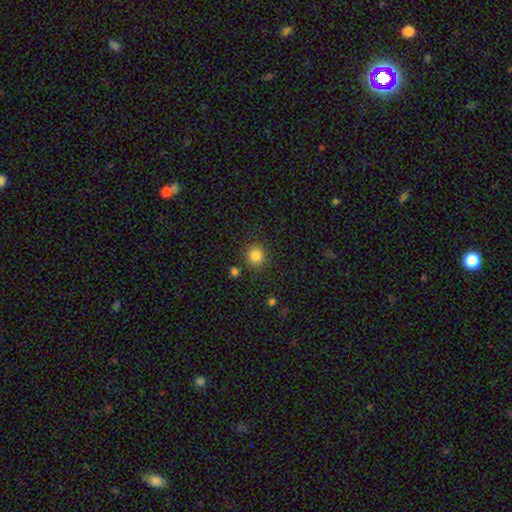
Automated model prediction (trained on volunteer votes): Smooth or featured? smooth (85%)
How rounded? round (88%)
Merging? none (86%)